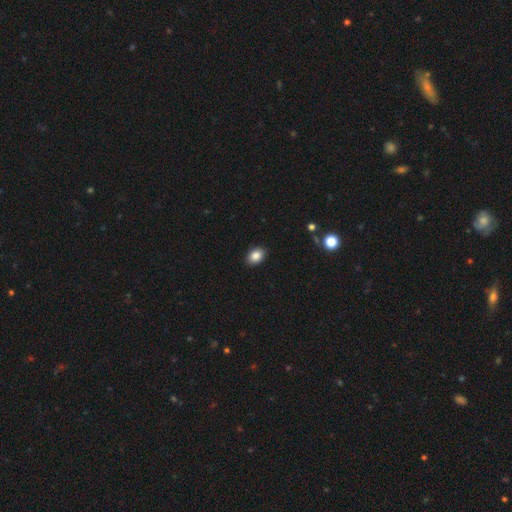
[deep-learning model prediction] This appears to be a smooth galaxy with no disk features (87%) that is in between round and cigar-shaped (75%). Merging: none (89%).